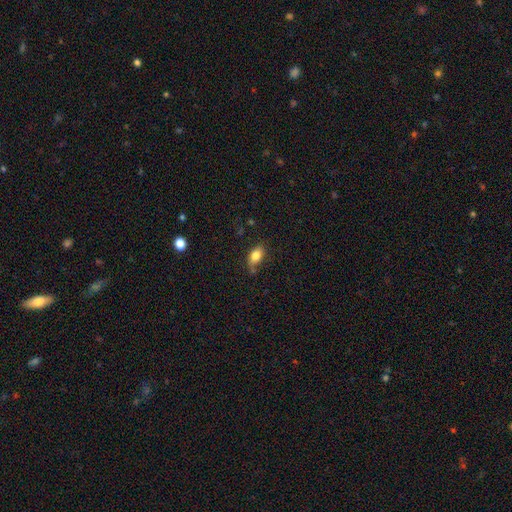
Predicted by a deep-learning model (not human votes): Morphology: type=smooth (82%); roundness=in between (87%); merging=none (75%).